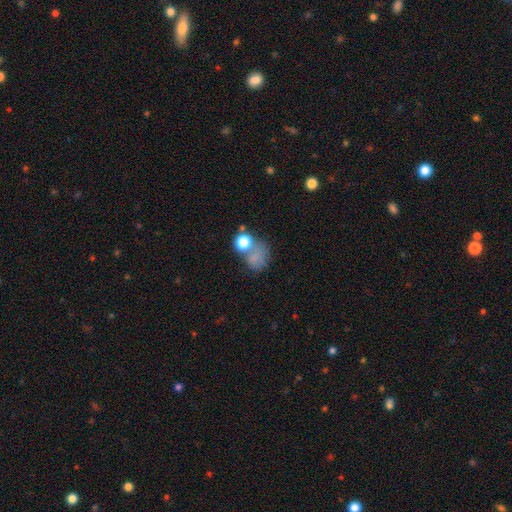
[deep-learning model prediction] This appears to be a smooth galaxy with no disk features (69%) that is round (61%). Merging: none (38%).